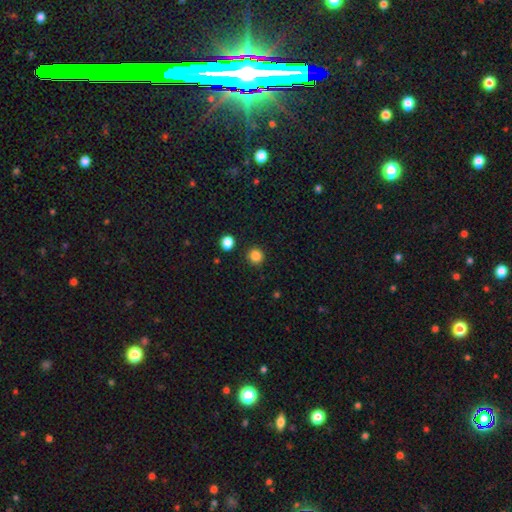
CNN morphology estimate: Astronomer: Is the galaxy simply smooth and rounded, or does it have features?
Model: smooth — 85%.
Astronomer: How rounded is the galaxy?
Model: round — 94%.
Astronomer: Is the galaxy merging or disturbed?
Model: none — 91%.